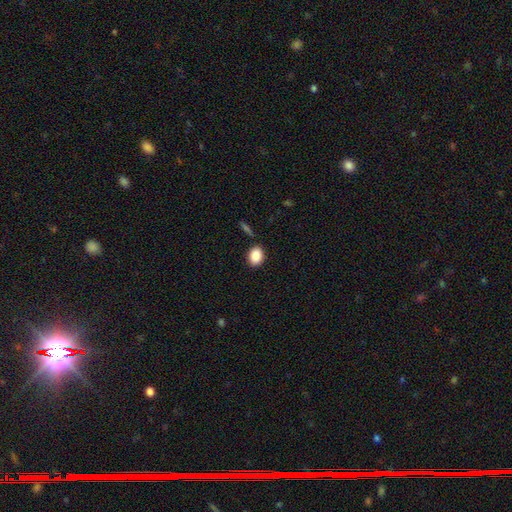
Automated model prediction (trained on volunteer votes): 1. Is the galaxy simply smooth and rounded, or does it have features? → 87% smooth, 8% star or artifact, 5% featured or disk.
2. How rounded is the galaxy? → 66% in between, 32% round, 1% cigar-shaped.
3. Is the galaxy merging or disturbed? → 86% none, 9% minor disturbance, 3% merger, 2% major disturbance.